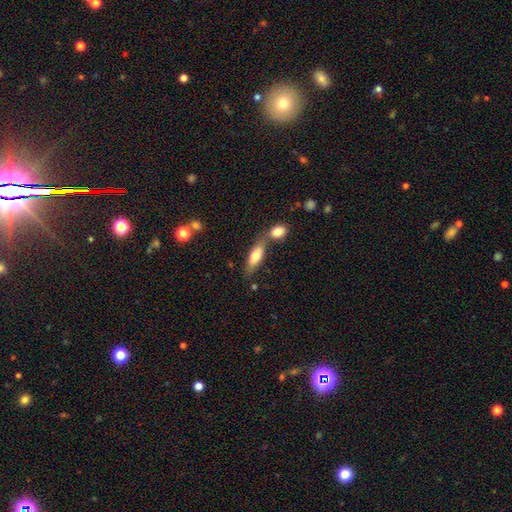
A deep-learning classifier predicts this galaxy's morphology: Overall: smooth (69%). How rounded: in between (63%; cigar-shaped 35%). Merging: none (46%; merger 39%).